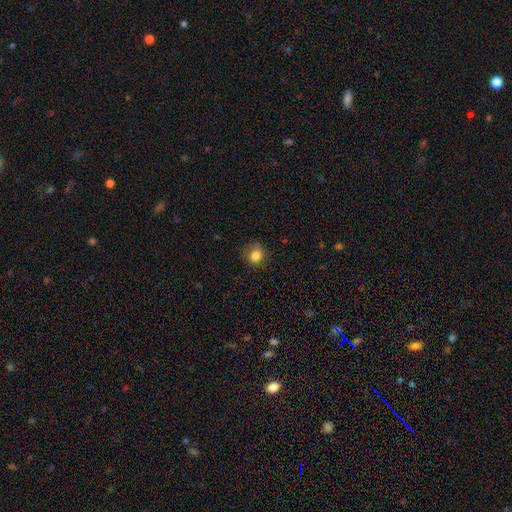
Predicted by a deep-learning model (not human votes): A smooth galaxy with no disk features (80%) that is round (75%).

Vote fractions:
- Smooth or featured? smooth: 80% / star or artifact: 12% / featured or disk: 8%
- How rounded? round: 75% / in between: 24% / cigar-shaped: 1%
- Merging? none: 74% / minor disturbance: 19% / major disturbance: 6% / merger: 1%